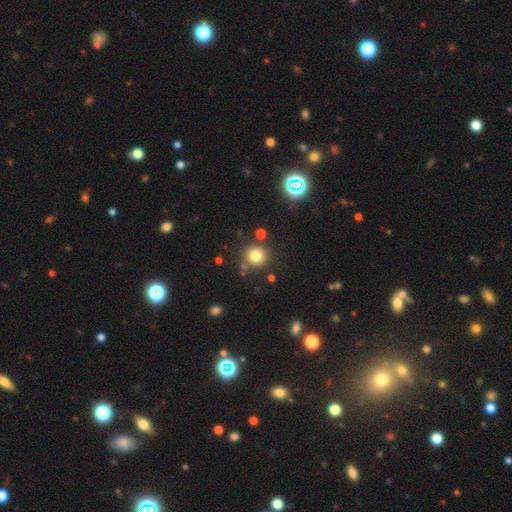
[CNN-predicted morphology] type=smooth (78%); roundness=round (91%); merging=none (78%).